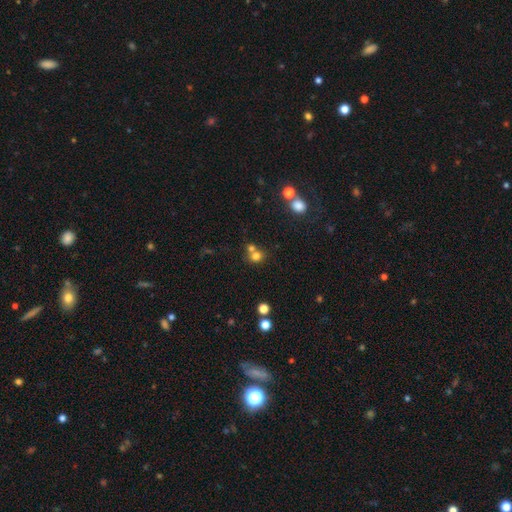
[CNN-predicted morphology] A smooth galaxy with no disk features (73%) that is round (81%). Merging: none (50%).